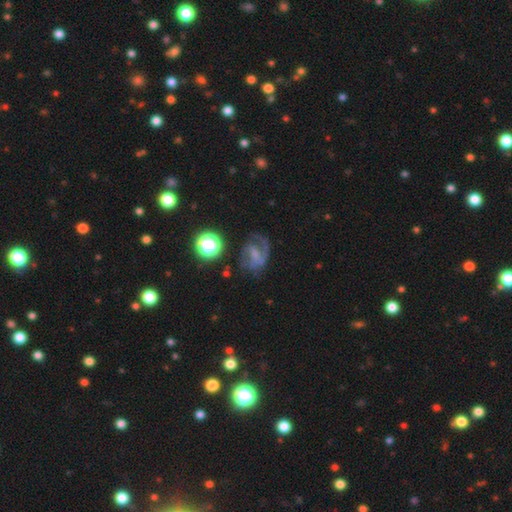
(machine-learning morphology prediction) smooth_or_featured: featured or disk (p=0.70) [alt: smooth p=0.17]
disk_edge_on: no (p=0.97) [alt: yes p=0.03]
bar: weak (p=0.47) [alt: no p=0.34]
has_spiral_arms: yes (p=0.87) [alt: no p=0.13]
spiral_winding: medium (p=0.49) [alt: loose p=0.26]
spiral_arm_count: 2 (p=0.50) [alt: 1 p=0.33]
bulge_size: none (p=0.40) [alt: small p=0.30]
merging: none (p=0.54) [alt: major disturbance p=0.23]